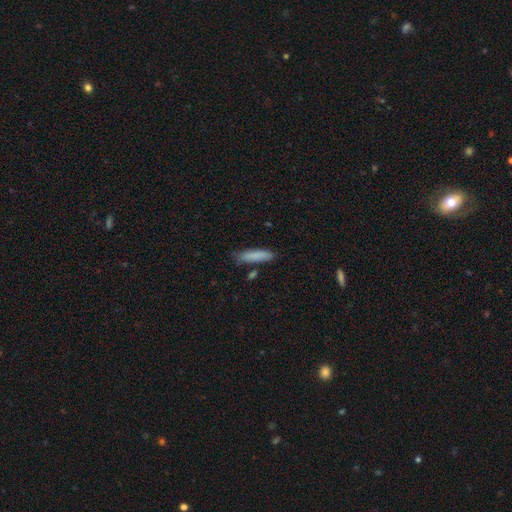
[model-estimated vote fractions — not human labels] smooth-or-featured: smooth: 85% | featured or disk: 8% | star or artifact: 6%
  how-rounded: cigar-shaped: 74% | in between: 24% | round: 2%
  merging: none: 79% | minor disturbance: 14% | merger: 4% | major disturbance: 3%